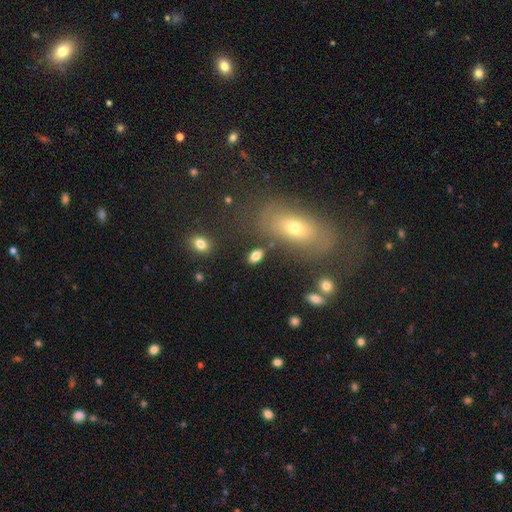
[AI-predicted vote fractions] Overall: smooth (81%). How rounded: in between (88%). Merging: none (80%).